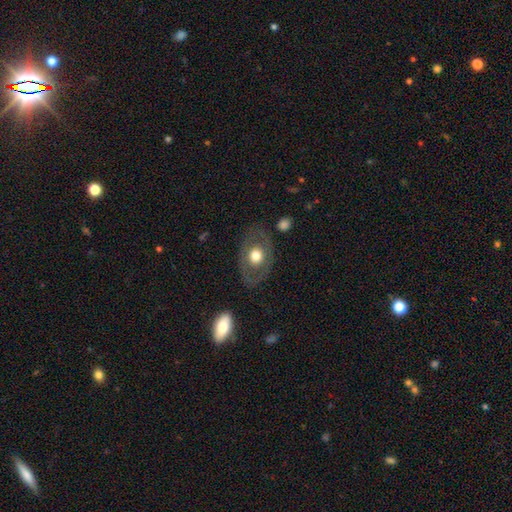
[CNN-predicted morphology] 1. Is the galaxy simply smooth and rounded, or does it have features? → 51% smooth, 43% featured or disk, 7% star or artifact.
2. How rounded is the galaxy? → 67% in between, 32% round, 1% cigar-shaped.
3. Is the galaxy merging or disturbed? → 80% none, 12% minor disturbance, 7% major disturbance, 2% merger.